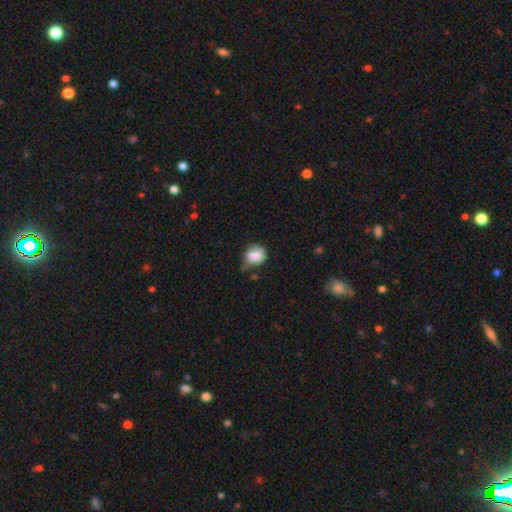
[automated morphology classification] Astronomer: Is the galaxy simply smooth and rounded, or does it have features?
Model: smooth — 79%.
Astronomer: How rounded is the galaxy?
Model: round — 65%.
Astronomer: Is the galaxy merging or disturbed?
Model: none — 54% (runner-up: minor disturbance, 33%).